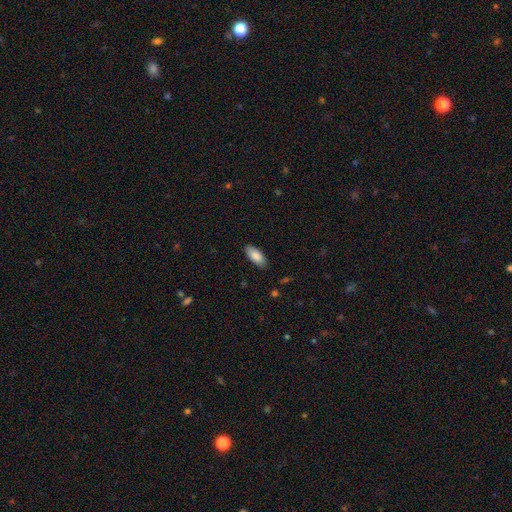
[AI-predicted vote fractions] A smooth galaxy with no disk features (88%) that is in between round and cigar-shaped (88%).

Vote fractions:
- Smooth or featured? smooth: 88% / featured or disk: 7% / star or artifact: 6%
- How rounded? in between: 88% / cigar-shaped: 11% / round: 2%
- Merging? none: 87% / minor disturbance: 10% / major disturbance: 2% / merger: 1%